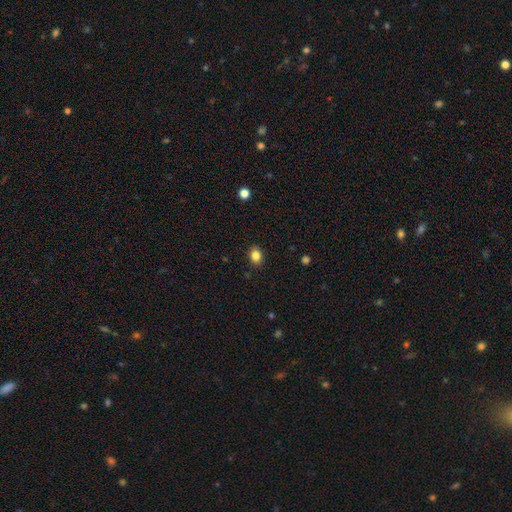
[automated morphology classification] The model was most divided on "how rounded": in between: 59%, round: 40%, cigar-shaped: 1%. More confident: merging — none (90%); smooth or featured — smooth (85%).